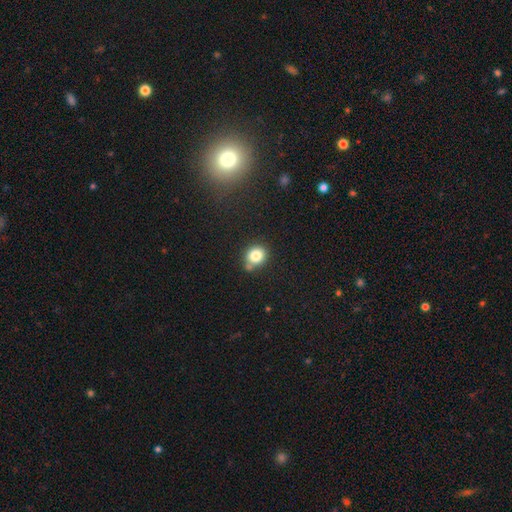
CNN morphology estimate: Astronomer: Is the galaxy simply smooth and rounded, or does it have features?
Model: smooth — 81%.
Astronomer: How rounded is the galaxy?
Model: round — 73%.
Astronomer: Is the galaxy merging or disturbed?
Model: none — 65%.